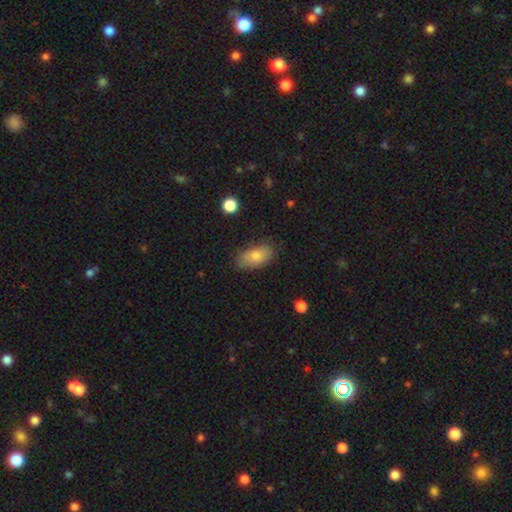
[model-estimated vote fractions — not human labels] smooth 79%, featured or disk 14%, star or artifact 7%. Down the decision tree: how rounded — in between (92%); merging — none (77%).